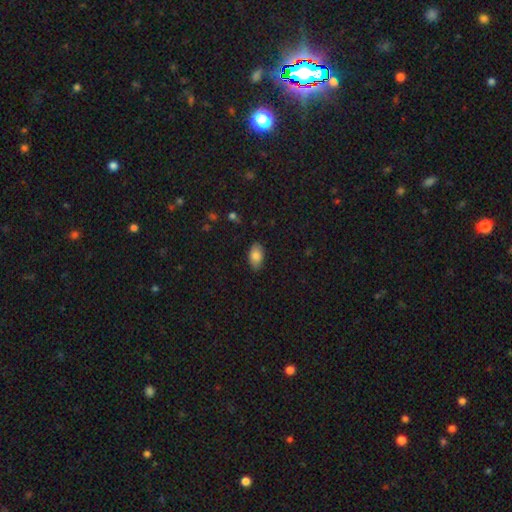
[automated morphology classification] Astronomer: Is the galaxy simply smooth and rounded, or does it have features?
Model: smooth — 84%.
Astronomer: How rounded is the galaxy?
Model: in between — 93%.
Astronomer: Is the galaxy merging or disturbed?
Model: none — 83%.